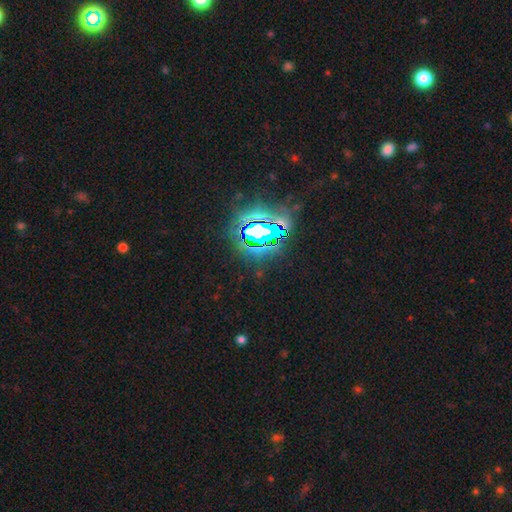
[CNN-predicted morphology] Smooth or featured: star or artifact — 81% (smooth — 10%)